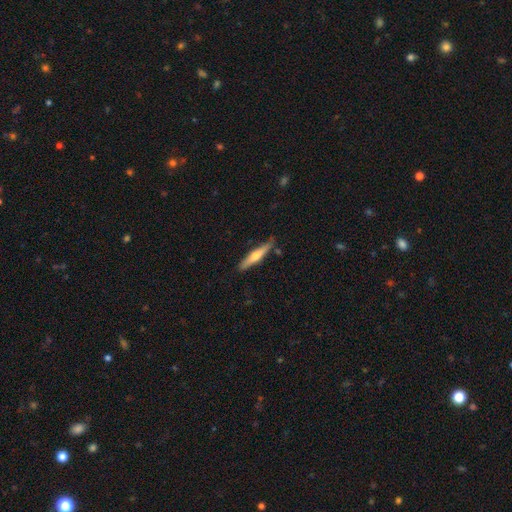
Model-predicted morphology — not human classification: The model was most divided on "smooth or featured": featured or disk: 50%, smooth: 45%, star or artifact: 5%. More confident: merging — none (81%).